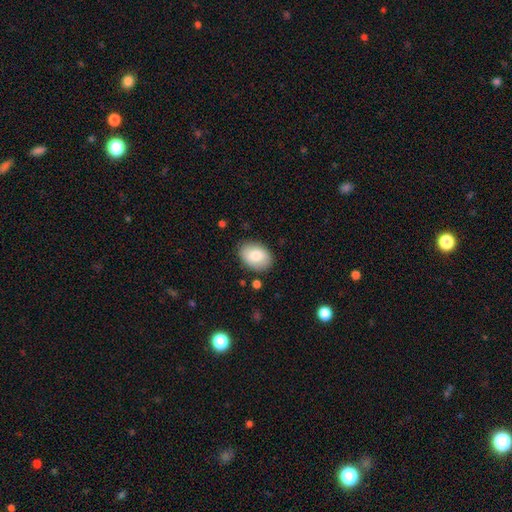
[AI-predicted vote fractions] Smooth or featured?
  - smooth: 82% *
  - featured or disk: 11%
  - star or artifact: 7%
How rounded?
  - in between: 78% *
  - round: 21%
  - cigar-shaped: 1%
Merging?
  - none: 83% *
  - minor disturbance: 12%
  - major disturbance: 3%
  - merger: 2%